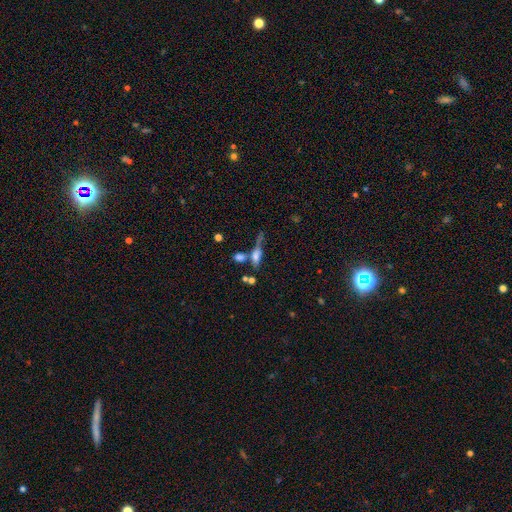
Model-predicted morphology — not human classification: A smooth galaxy with no disk features (49%).

Vote fractions:
- Smooth or featured? smooth: 49% / featured or disk: 38% / star or artifact: 13%
- Merging? none: 38% / merger: 30% / minor disturbance: 16% / major disturbance: 16%